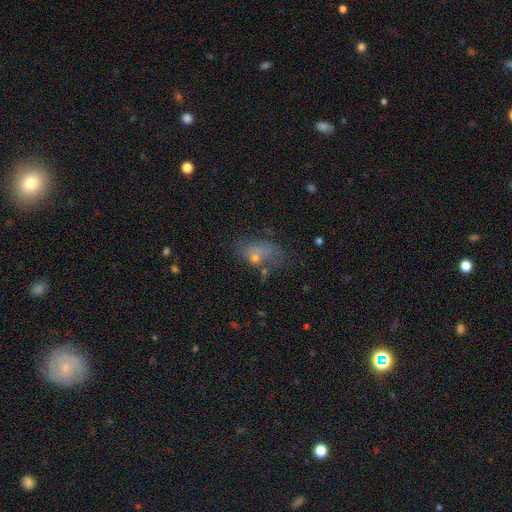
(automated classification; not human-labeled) A smooth galaxy with no disk features (51%) that is in between round and cigar-shaped (80%). Merging: none (35%).